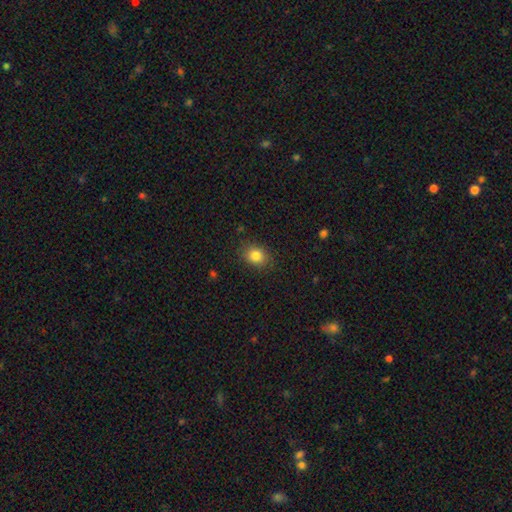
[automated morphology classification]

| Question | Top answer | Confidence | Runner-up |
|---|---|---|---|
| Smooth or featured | smooth | 83% | star or artifact (10%) |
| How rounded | round | 54% | in between (45%) |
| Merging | none | 85% | minor disturbance (11%) |